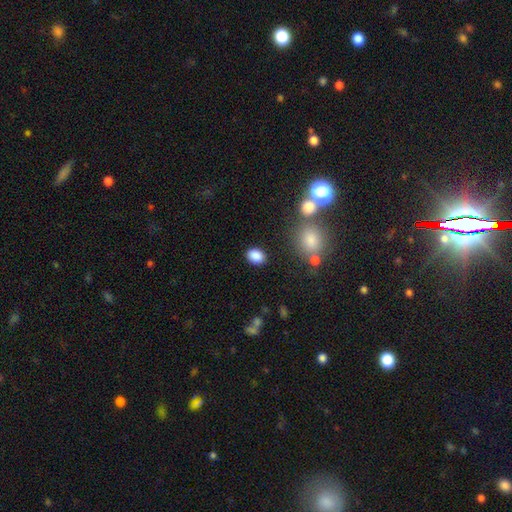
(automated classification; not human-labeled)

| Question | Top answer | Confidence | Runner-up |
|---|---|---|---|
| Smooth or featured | smooth | 87% | star or artifact (9%) |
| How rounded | in between | 75% | round (24%) |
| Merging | none | 86% | minor disturbance (9%) |